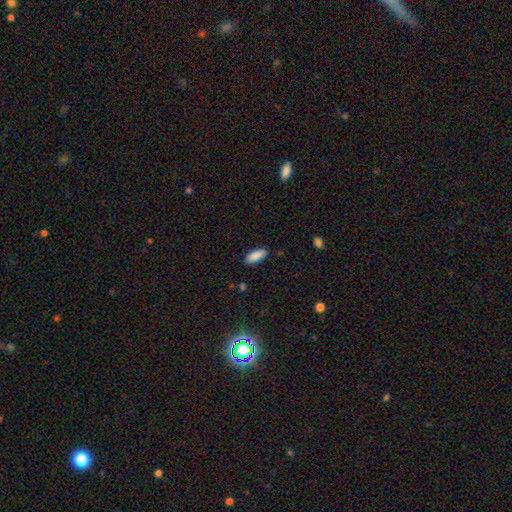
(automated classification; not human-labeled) A smooth galaxy with no disk features (88%) that is in between round and cigar-shaped (75%). Merging: none (86%).